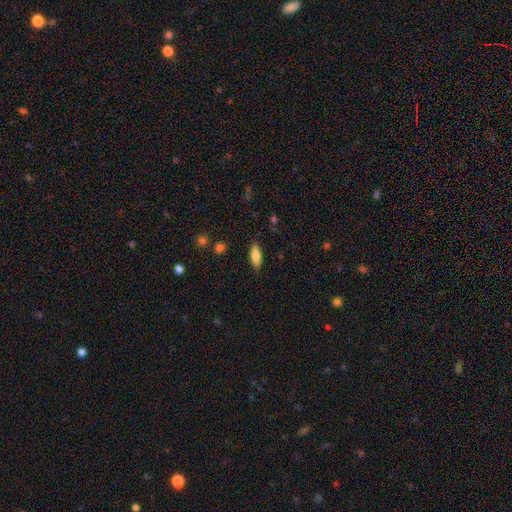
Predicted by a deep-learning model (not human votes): Morphology: type=smooth (77%); roundness=in between (67%); merging=none (86%).